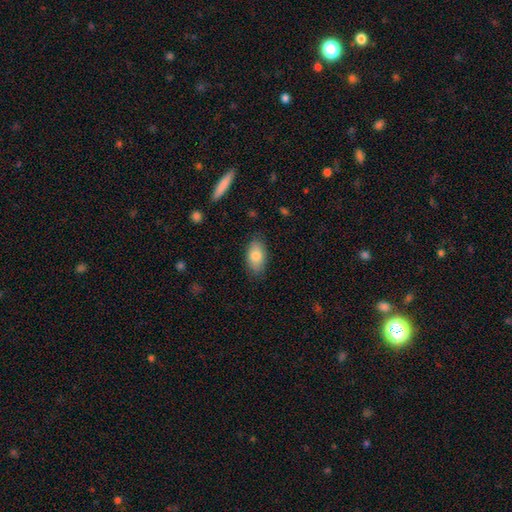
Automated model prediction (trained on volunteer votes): A smooth galaxy with no disk features (81%) that is in between round and cigar-shaped (92%). Merging: none (83%).